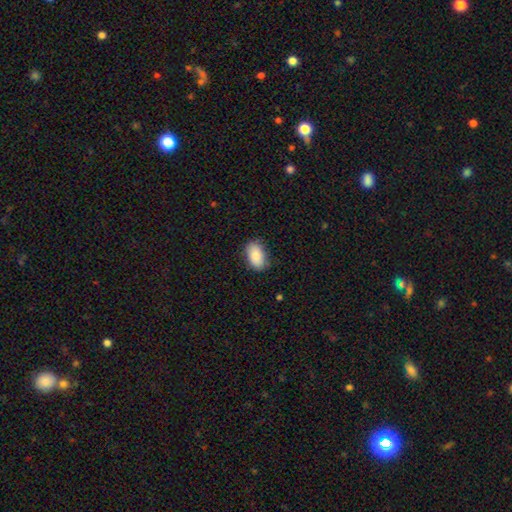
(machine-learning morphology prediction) This is clearly a smooth galaxy (86%). How rounded: clearly in between (92%). Merging: clearly none (81%).